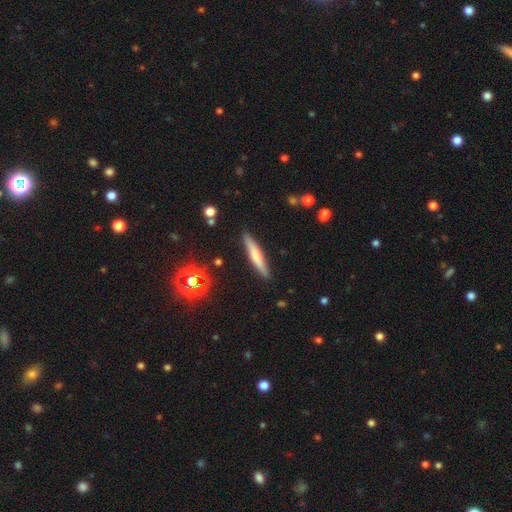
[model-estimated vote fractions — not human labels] The model was most divided on "smooth or featured": smooth: 57%, featured or disk: 35%, star or artifact: 8%. More confident: how rounded — cigar-shaped (91%); merging — none (88%).